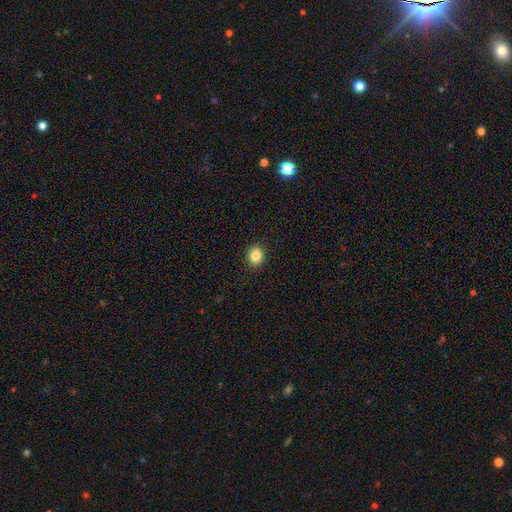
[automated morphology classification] smooth 86%, star or artifact 10%, featured or disk 4%. Down the decision tree: how rounded — round (68%); merging — none (91%).